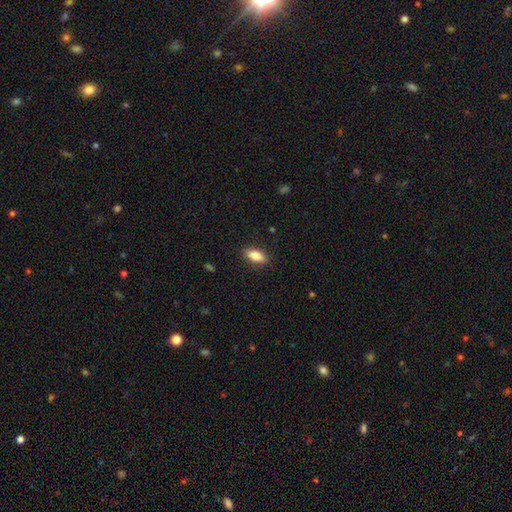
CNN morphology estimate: Smooth or featured? Predicted: smooth (p=0.81). How rounded? Predicted: in between (p=0.82). Merging? Predicted: none (p=0.88).